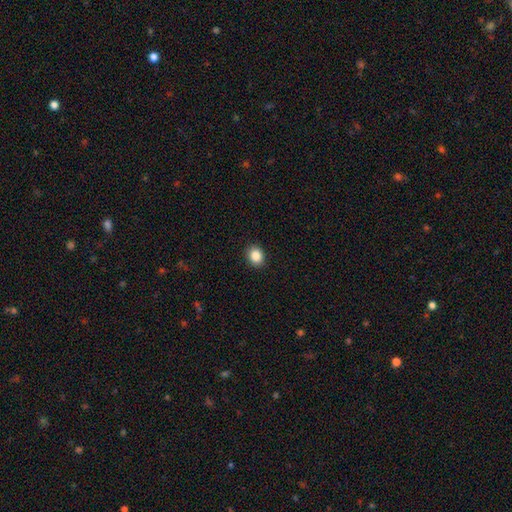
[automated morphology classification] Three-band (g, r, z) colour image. It shows a smooth galaxy with no disk features (87%) that is round (64%). Merging: none (91%).